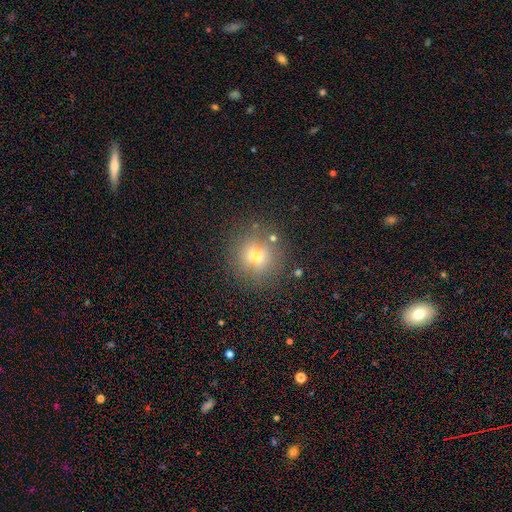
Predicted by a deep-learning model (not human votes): smooth_or_featured: smooth (p=0.65) [alt: star or artifact p=0.19]
how_rounded: round (p=0.92) [alt: in between p=0.07]
merging: none (p=0.83) [alt: minor disturbance p=0.10]